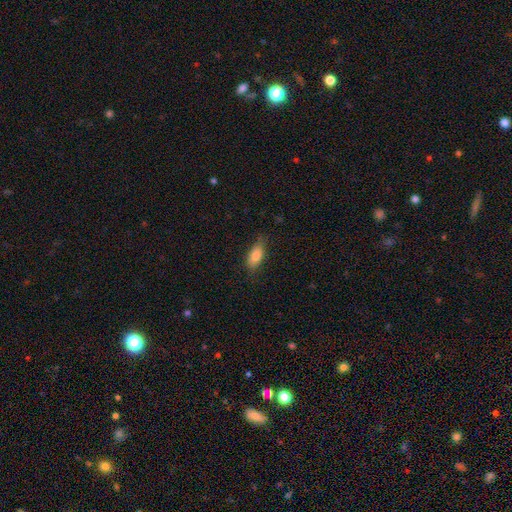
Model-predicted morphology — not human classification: smooth 86%, star or artifact 7%, featured or disk 7%. Down the decision tree: how rounded — in between (84%); merging — none (74%).